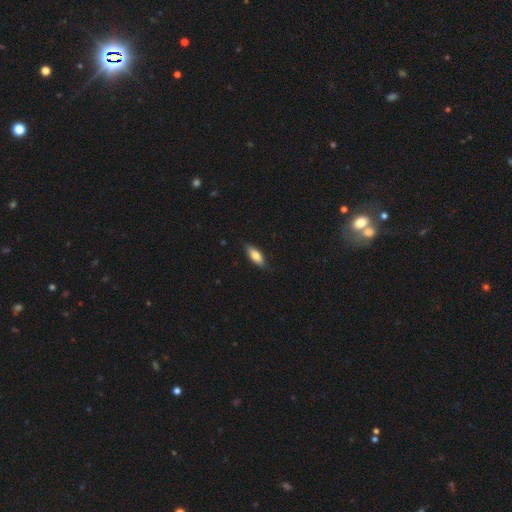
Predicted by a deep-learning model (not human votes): smooth_or_featured: smooth (p=0.77) [alt: featured or disk p=0.17]
how_rounded: in between (p=0.70) [alt: cigar-shaped p=0.28]
merging: none (p=0.81) [alt: minor disturbance p=0.16]